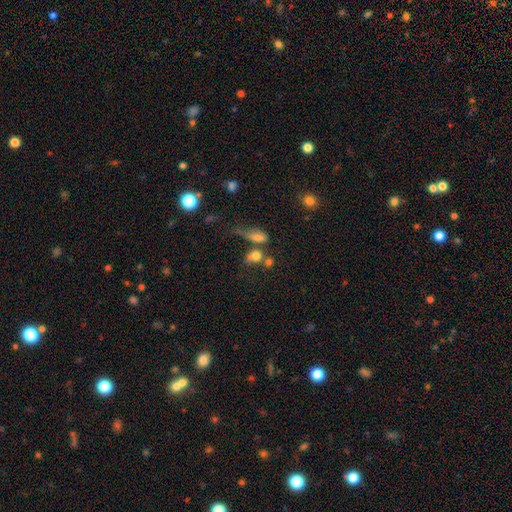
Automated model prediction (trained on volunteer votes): Smooth or featured?
  - smooth: 73% *
  - star or artifact: 14%
  - featured or disk: 13%
How rounded?
  - round: 49% *
  - in between: 46%
  - cigar-shaped: 5%
Merging?
  - merger: 41% *
  - none: 32%
  - minor disturbance: 14%
  - major disturbance: 13%